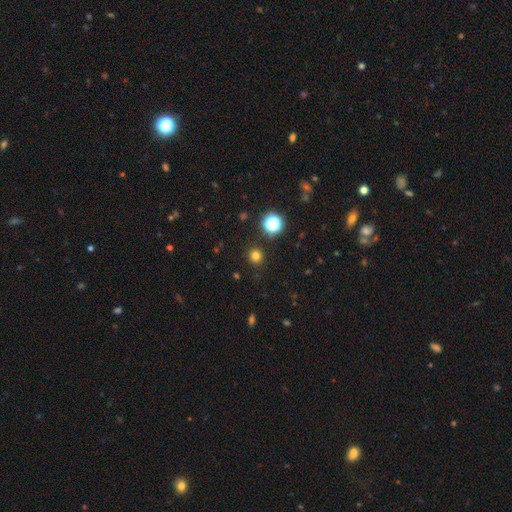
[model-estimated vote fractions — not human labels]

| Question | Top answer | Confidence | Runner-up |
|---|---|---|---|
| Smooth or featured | smooth | 77% | star or artifact (19%) |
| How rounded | round | 94% | in between (5%) |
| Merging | none | 91% | minor disturbance (5%) |